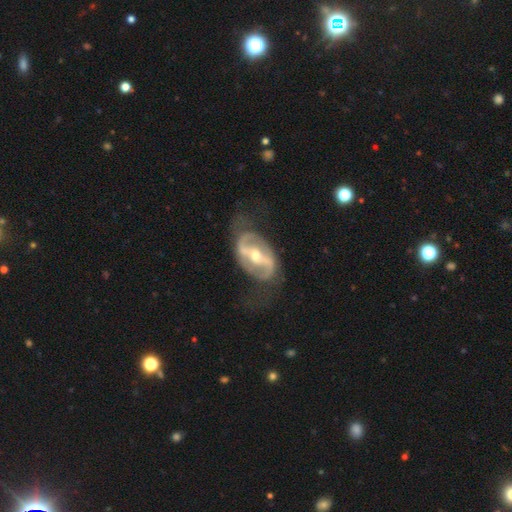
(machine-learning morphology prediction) A featured or disk galaxy (86%) with a strong bar (69%), 2 (87%) medium (43%) spiral arms (80%) and a moderate central bulge (63%). Merging: none (64%).